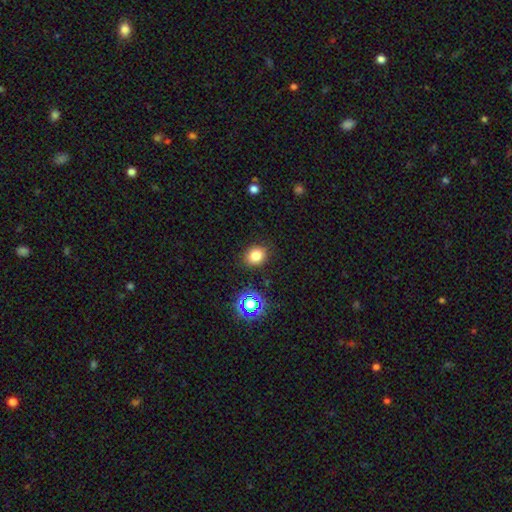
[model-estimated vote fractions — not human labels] smooth-or-featured: smooth: 79% | star or artifact: 15% | featured or disk: 6%
  how-rounded: round: 58% | in between: 41% | cigar-shaped: 1%
  merging: none: 87% | minor disturbance: 9% | major disturbance: 3% | merger: 2%